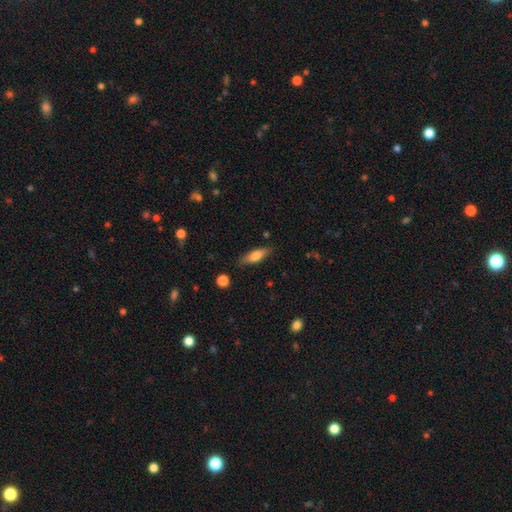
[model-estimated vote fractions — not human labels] Q: Smooth or featured?
A: smooth (70%); runner-up: featured or disk (23%)
Q: How rounded?
A: in between (52%); runner-up: cigar-shaped (46%)
Q: Merging?
A: none (83%); runner-up: minor disturbance (12%)